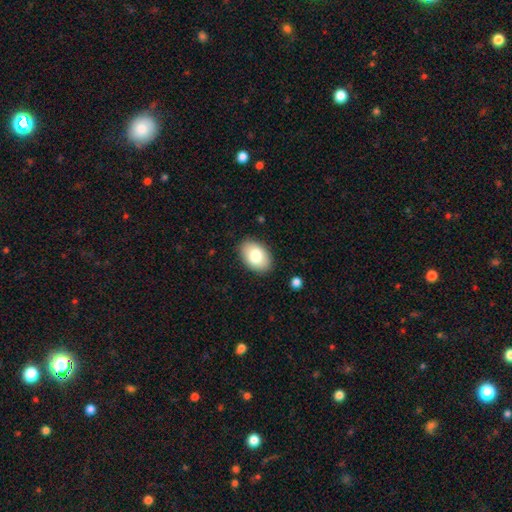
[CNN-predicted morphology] This is clearly a smooth galaxy (80%). How rounded: clearly in between (90%). Merging: clearly none (88%).